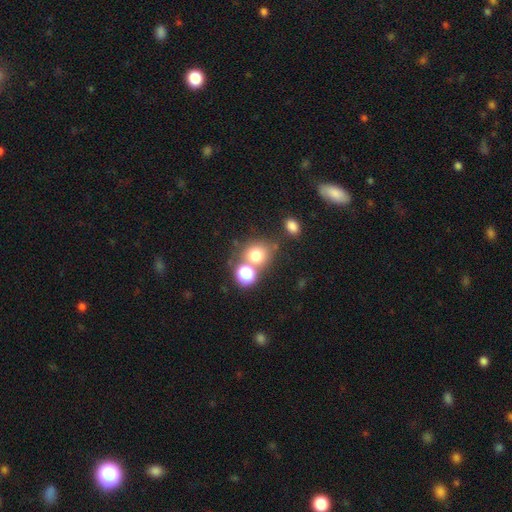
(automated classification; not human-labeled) smooth 72%, star or artifact 17%, featured or disk 11%. Down the decision tree: how rounded — round (77%); merging — none (54%).